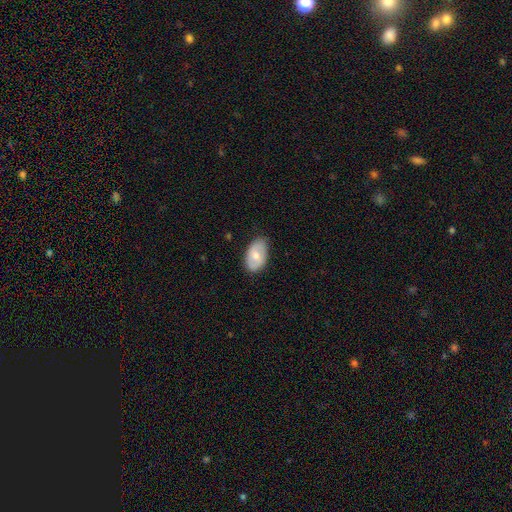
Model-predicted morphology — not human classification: Q: Smooth or featured?
A: smooth (65%); runner-up: featured or disk (29%)
Q: How rounded?
A: in between (92%); runner-up: round (7%)
Q: Merging?
A: none (78%); runner-up: minor disturbance (18%)